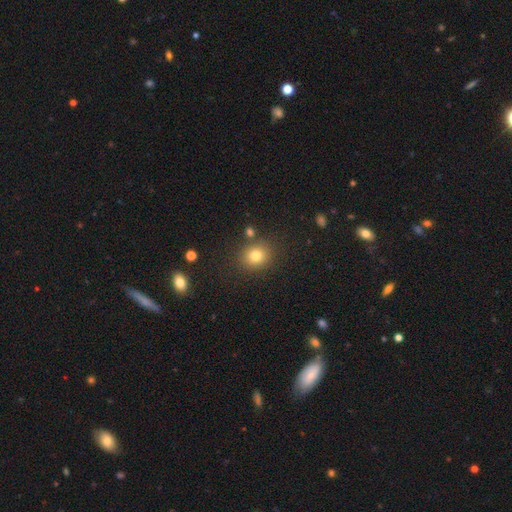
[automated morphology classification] smooth 79%, star or artifact 13%, featured or disk 8%. Down the decision tree: how rounded — round (78%); merging — none (83%).